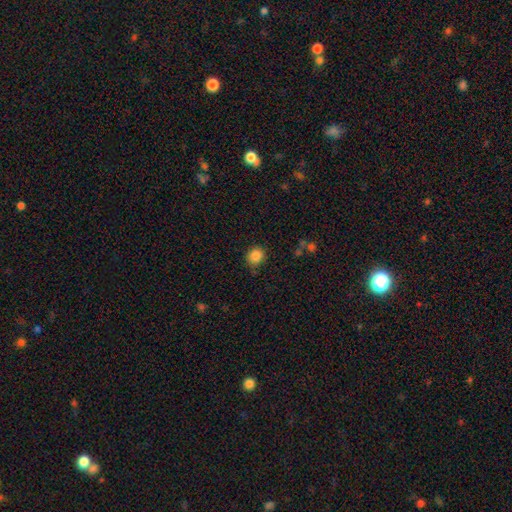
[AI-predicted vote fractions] Smooth or featured: smooth — 86% (star or artifact — 10%)
How rounded: round — 83% (in between — 16%)
Merging: none — 84% (minor disturbance — 11%)